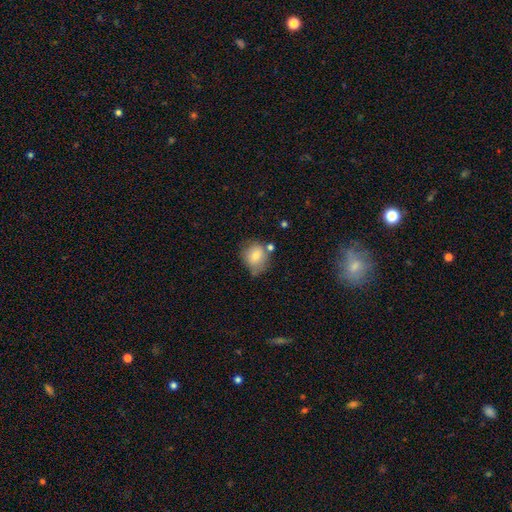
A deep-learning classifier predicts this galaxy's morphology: smooth_or_featured: smooth (p=0.76) [alt: featured or disk p=0.15]
how_rounded: round (p=0.62) [alt: in between p=0.37]
merging: none (p=0.56) [alt: minor disturbance p=0.25]